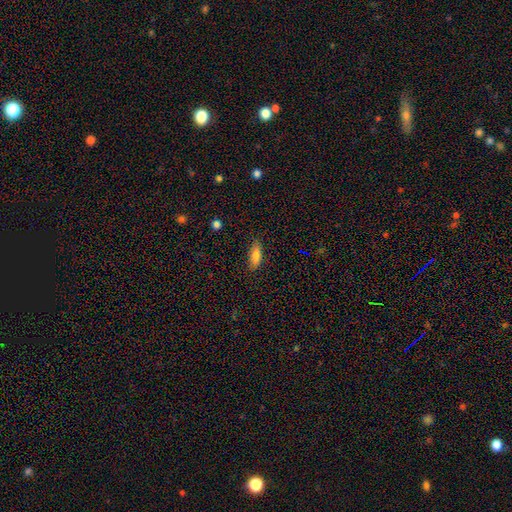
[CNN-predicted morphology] The model was most divided on "how rounded": in between: 74%, cigar-shaped: 24%, round: 3%. More confident: smooth or featured — smooth (80%); merging — none (80%).